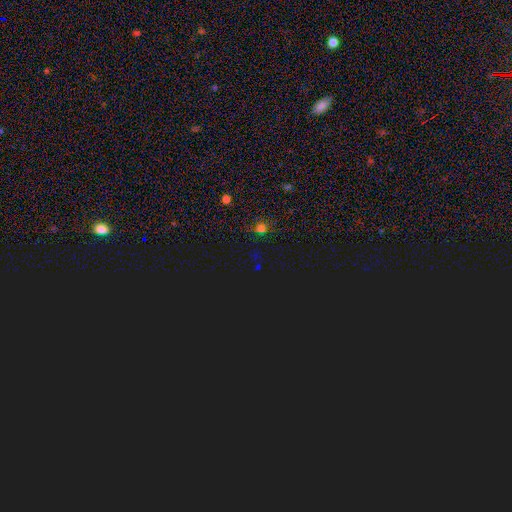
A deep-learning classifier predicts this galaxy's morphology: A star or artifact, not a galaxy (69%).

Vote fractions:
- Smooth or featured? star or artifact: 69% / smooth: 24% / featured or disk: 6%